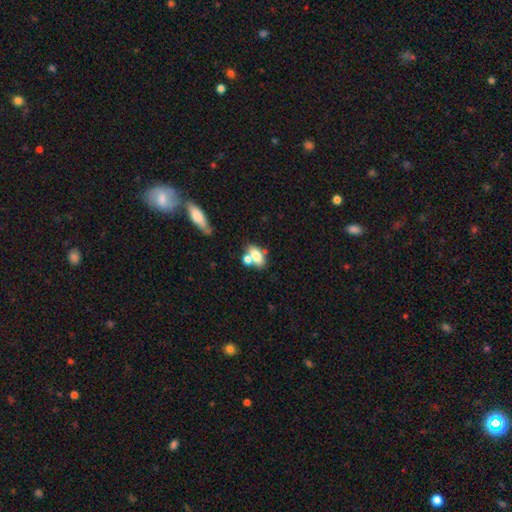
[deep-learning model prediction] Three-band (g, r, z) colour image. It shows a smooth galaxy with no disk features (73%) that is in between round and cigar-shaped (85%). Merging: none (43%).